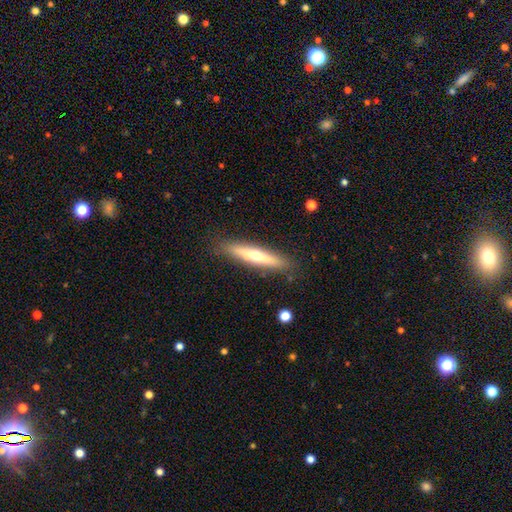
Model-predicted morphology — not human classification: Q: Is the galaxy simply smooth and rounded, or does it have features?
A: featured or disk — 52%.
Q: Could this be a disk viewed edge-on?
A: yes — 89%.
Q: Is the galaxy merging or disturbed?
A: none — 88%.